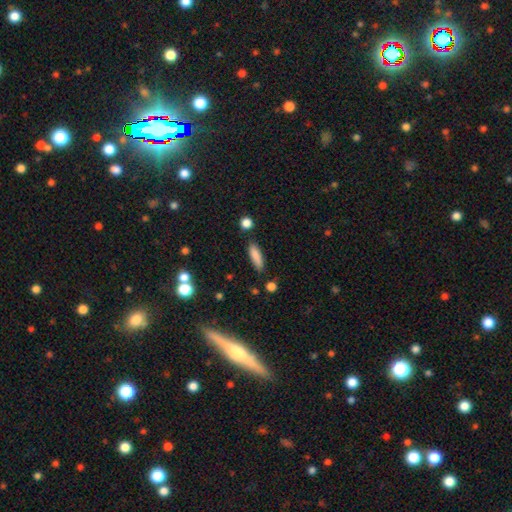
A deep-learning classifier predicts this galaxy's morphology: Smooth or featured? smooth (85%)
How rounded? cigar-shaped (56%)
Merging? none (80%)